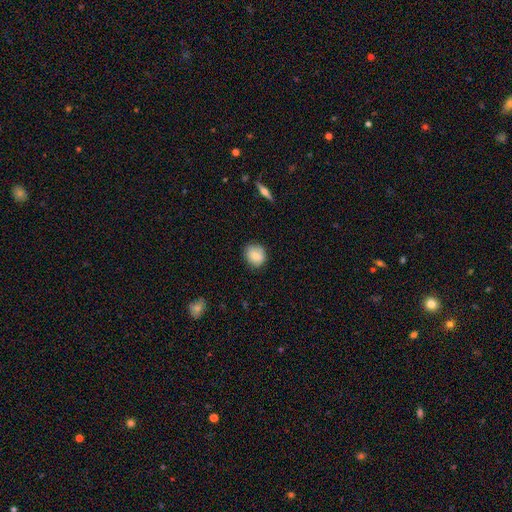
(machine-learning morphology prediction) This is clearly a smooth galaxy (80%). How rounded: likely round (74%). Merging: clearly none (81%).